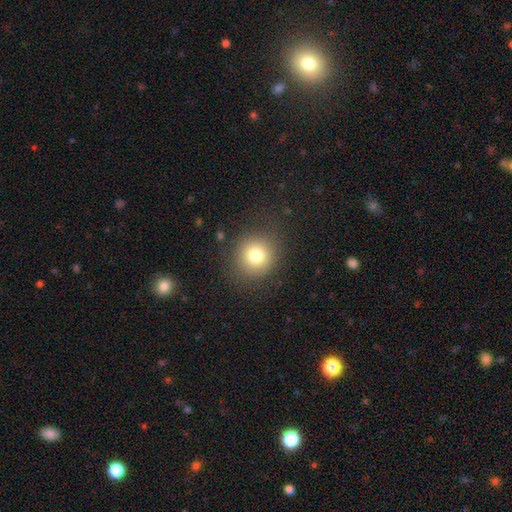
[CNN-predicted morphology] smooth_or_featured: smooth (p=0.77) [alt: star or artifact p=0.13]
how_rounded: round (p=0.91) [alt: in between p=0.08]
merging: none (p=0.85) [alt: minor disturbance p=0.09]